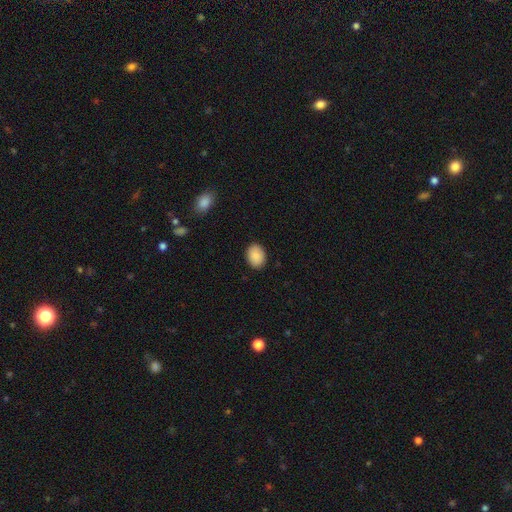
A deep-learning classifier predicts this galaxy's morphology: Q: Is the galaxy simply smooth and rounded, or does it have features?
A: smooth — 90%.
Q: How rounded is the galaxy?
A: in between — 65%.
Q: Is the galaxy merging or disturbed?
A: none — 89%.